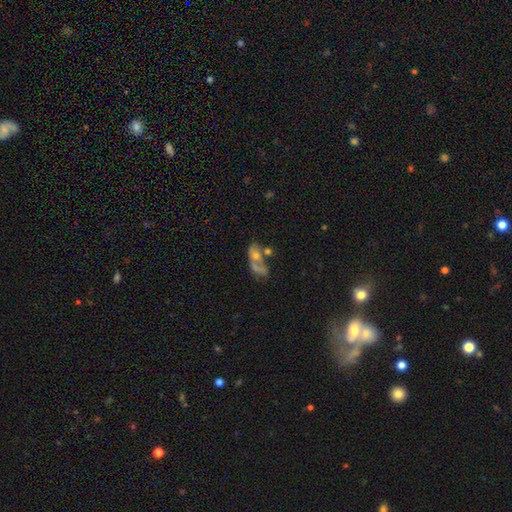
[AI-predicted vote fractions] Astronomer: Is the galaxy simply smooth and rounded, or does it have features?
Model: featured or disk — 44% (runner-up: smooth, 33%).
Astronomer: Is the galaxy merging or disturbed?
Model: merger — 40% (runner-up: none, 27%).